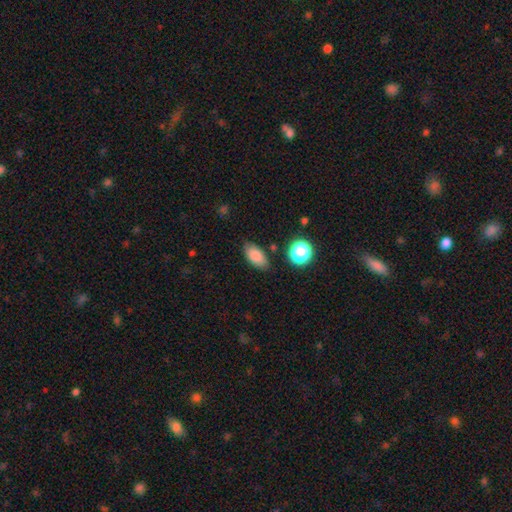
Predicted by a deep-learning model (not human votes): Q: Smooth or featured?
A: smooth (84%); runner-up: star or artifact (9%)
Q: How rounded?
A: in between (88%); runner-up: cigar-shaped (6%)
Q: Merging?
A: none (81%); runner-up: minor disturbance (13%)